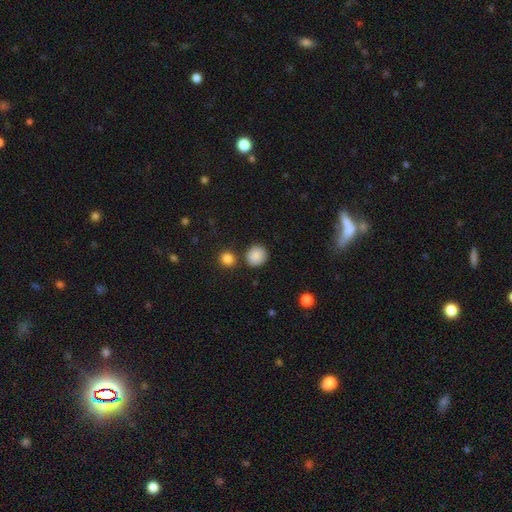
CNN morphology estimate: Smooth or featured? Predicted: smooth (p=0.87). How rounded? Predicted: round (p=0.85). Merging? Predicted: none (p=0.78).